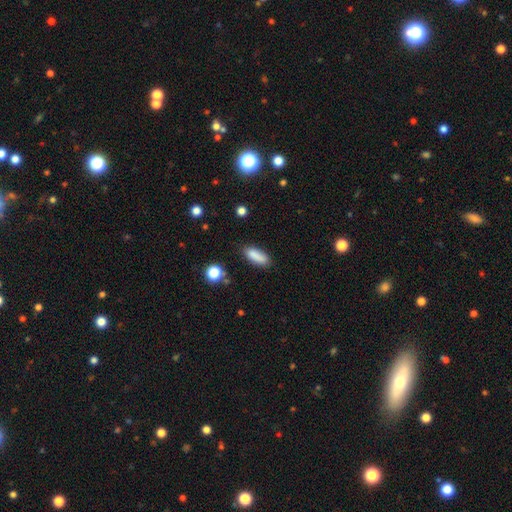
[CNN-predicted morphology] smooth-or-featured: smooth: 86% | star or artifact: 8% | featured or disk: 6%
  how-rounded: in between: 64% | cigar-shaped: 34% | round: 2%
  merging: none: 80% | minor disturbance: 14% | major disturbance: 3% | merger: 3%